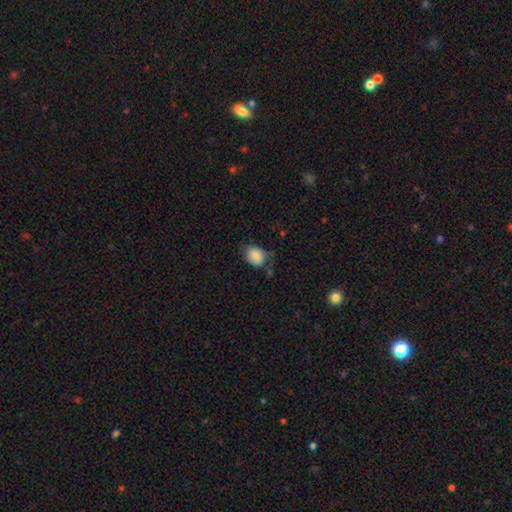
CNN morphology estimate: This is clearly a smooth galaxy (81%). How rounded: likely in between (62%). Merging: possibly none (59%).